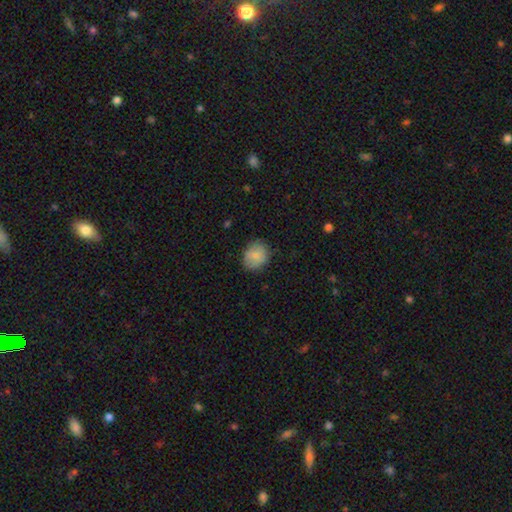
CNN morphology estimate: type=smooth (84%); roundness=round (61%); merging=none (79%).